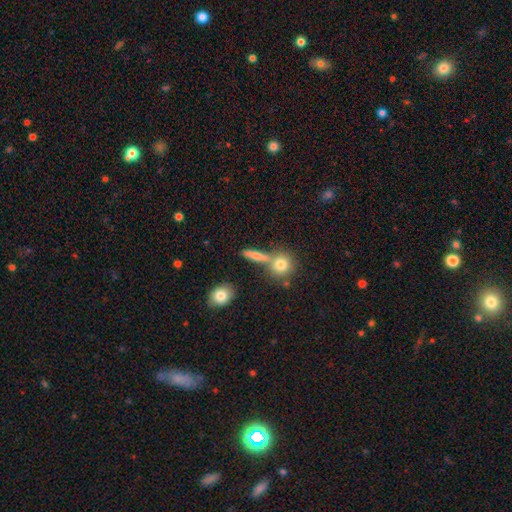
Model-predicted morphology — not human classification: A smooth galaxy with no disk features (63%) that is round (37%).

Vote fractions:
- Smooth or featured? smooth: 63% / featured or disk: 21% / star or artifact: 16%
- How rounded? round: 37% / cigar-shaped: 36% / in between: 27%
- Merging? none: 66% / merger: 19% / minor disturbance: 10% / major disturbance: 4%